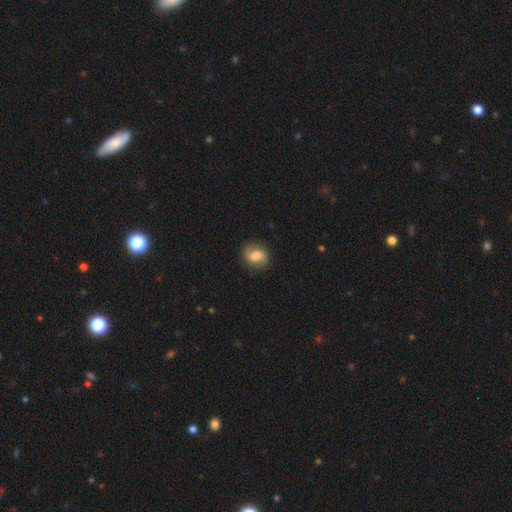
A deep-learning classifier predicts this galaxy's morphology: A featured or disk galaxy (47%).

Vote fractions:
- Smooth or featured? featured or disk: 47% / smooth: 45% / star or artifact: 8%
- Merging? none: 81% / minor disturbance: 13% / major disturbance: 5% / merger: 1%